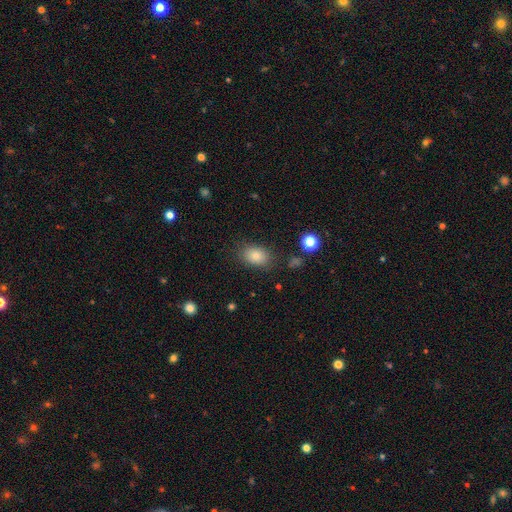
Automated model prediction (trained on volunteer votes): The model was most divided on "how rounded": in between: 80%, round: 18%, cigar-shaped: 1%. More confident: merging — none (83%); smooth or featured — smooth (79%).